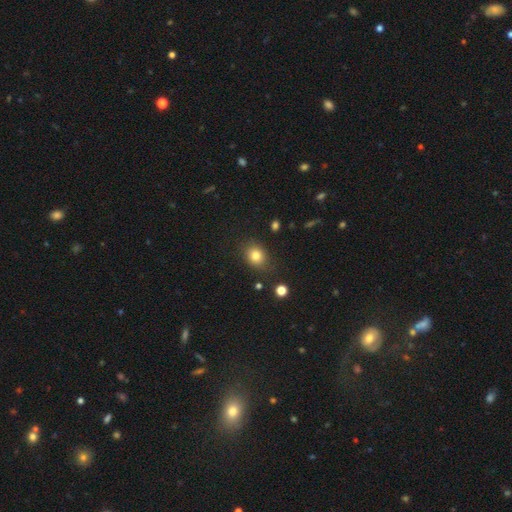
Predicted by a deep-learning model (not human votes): Smooth or featured? smooth (81%)
How rounded? round (56%)
Merging? none (80%)